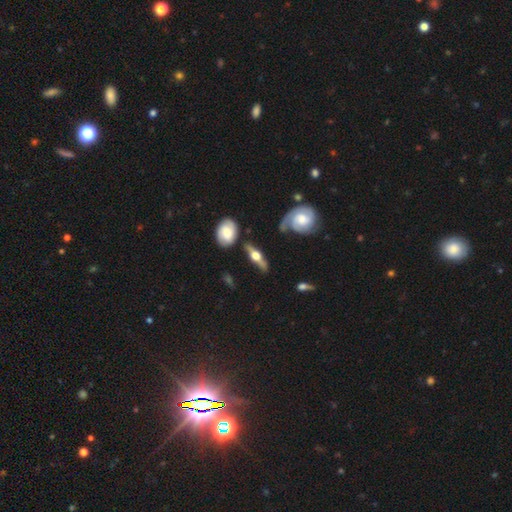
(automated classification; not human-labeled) Smooth or featured? Predicted: featured or disk (p=0.71). Edge-on disk? Predicted: yes (p=0.84). Edge-on bulge? Predicted: rounded (p=0.95). Merging? Predicted: none (p=0.65).